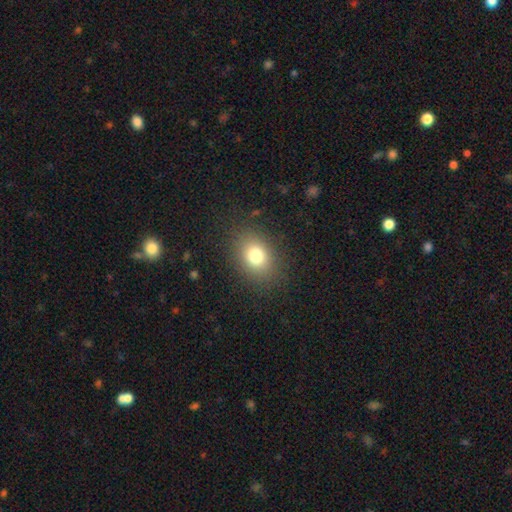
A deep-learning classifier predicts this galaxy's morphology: A smooth galaxy with no disk features (78%) that is in between round and cigar-shaped (59%).

Vote fractions:
- Smooth or featured? smooth: 78% / star or artifact: 13% / featured or disk: 10%
- How rounded? in between: 59% / round: 40% / cigar-shaped: 1%
- Merging? none: 85% / minor disturbance: 9% / major disturbance: 4% / merger: 1%